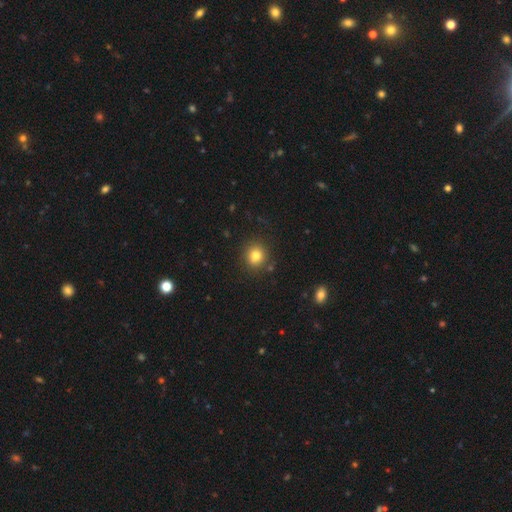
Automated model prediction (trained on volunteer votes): smooth_or_featured: smooth (p=0.81) [alt: star or artifact p=0.12]
how_rounded: round (p=0.84) [alt: in between p=0.15]
merging: none (p=0.86) [alt: minor disturbance p=0.08]